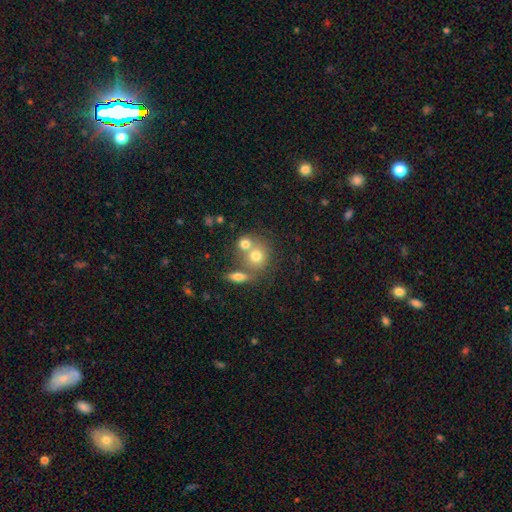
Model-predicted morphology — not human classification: Smooth or featured: smooth — 71% (featured or disk — 17%)
How rounded: round — 76% (in between — 22%)
Merging: merger — 45% (none — 42%)